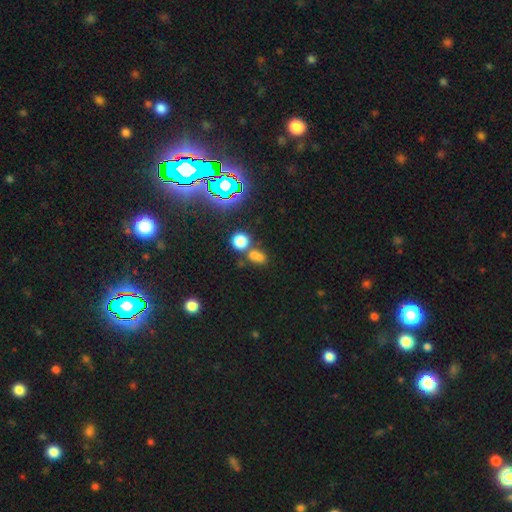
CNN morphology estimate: This appears to be a smooth galaxy with no disk features (60%) that is round (68%). Merging: merger (49%).